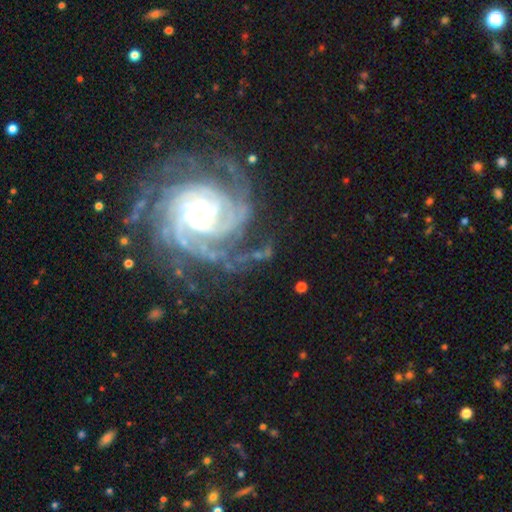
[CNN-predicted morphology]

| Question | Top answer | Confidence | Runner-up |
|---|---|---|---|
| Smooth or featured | featured or disk | 91% | star or artifact (6%) |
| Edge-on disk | no | 98% | yes (2%) |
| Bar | no | 49% | weak (34%) |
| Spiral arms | yes | 98% | no (2%) |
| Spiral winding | tight | 73% | medium (23%) |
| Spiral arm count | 4 | 28% | more than 4 (19%) |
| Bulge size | moderate | 55% | small (34%) |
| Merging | none | 68% | minor disturbance (18%) |